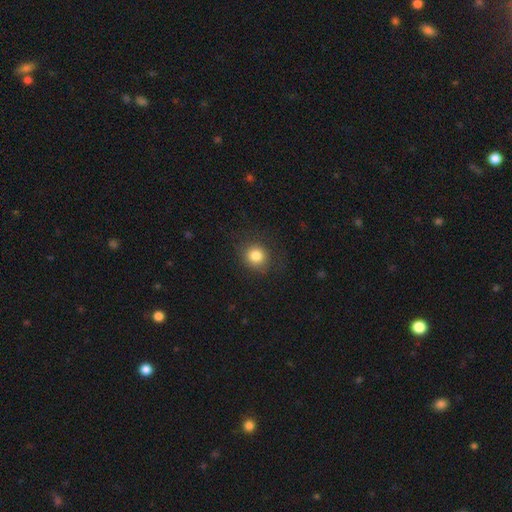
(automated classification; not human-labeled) Q: Smooth or featured?
A: smooth (83%); runner-up: star or artifact (11%)
Q: How rounded?
A: round (84%); runner-up: in between (15%)
Q: Merging?
A: none (83%); runner-up: minor disturbance (11%)